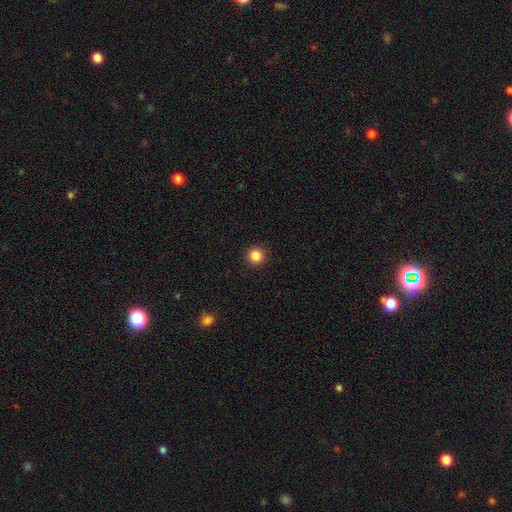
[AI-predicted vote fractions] A smooth galaxy with no disk features (86%) that is round (95%).

Vote fractions:
- Smooth or featured? smooth: 86% / star or artifact: 11% / featured or disk: 3%
- How rounded? round: 95% / in between: 4% / cigar-shaped: 1%
- Merging? none: 93% / minor disturbance: 5% / major disturbance: 2% / merger: 1%